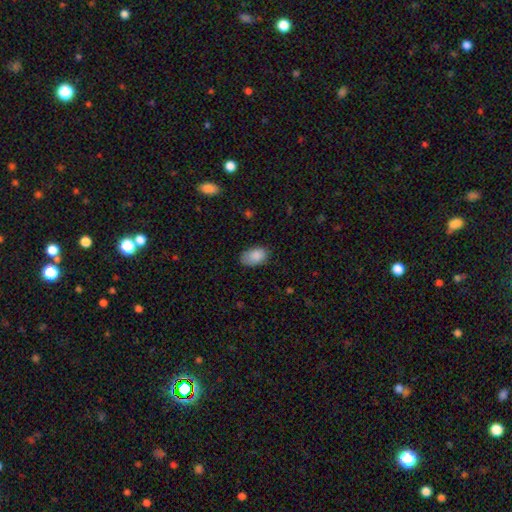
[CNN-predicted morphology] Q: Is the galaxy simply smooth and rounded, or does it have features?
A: smooth — 87%.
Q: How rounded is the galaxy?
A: in between — 91%.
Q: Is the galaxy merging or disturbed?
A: none — 69%.